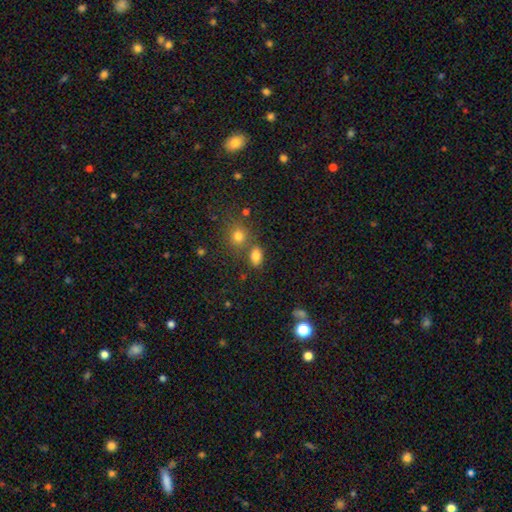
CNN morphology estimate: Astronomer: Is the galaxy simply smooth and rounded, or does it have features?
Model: smooth — 80%.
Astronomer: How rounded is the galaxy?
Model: in between — 80%.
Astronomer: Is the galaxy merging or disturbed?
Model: none — 64%.